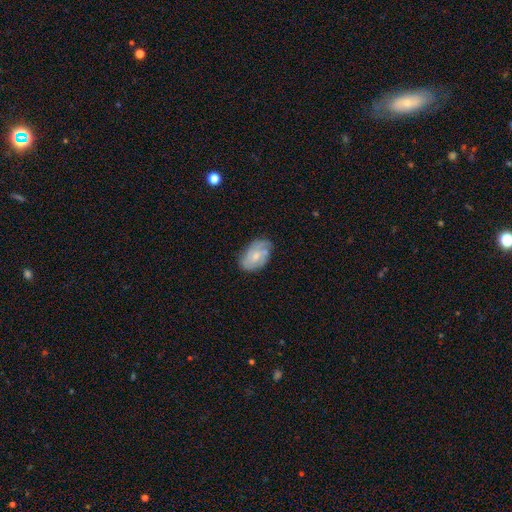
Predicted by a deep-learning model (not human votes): This appears to be a featured or disk galaxy (53%) with no bar (64%), spiral arms (76%) and a small central bulge (50%). Merging: none (65%).